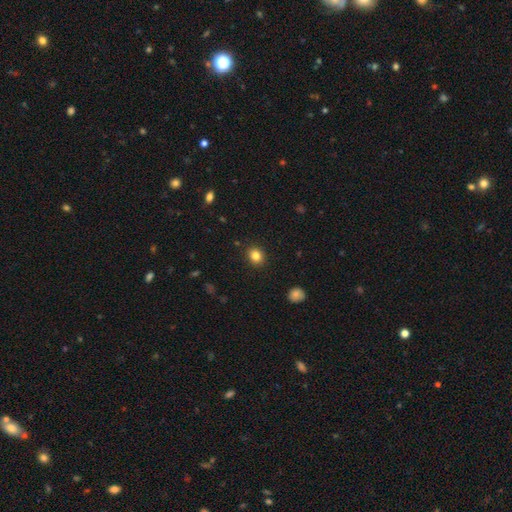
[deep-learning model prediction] This is clearly a smooth galaxy (83%). How rounded: likely round (71%). Merging: clearly none (90%).